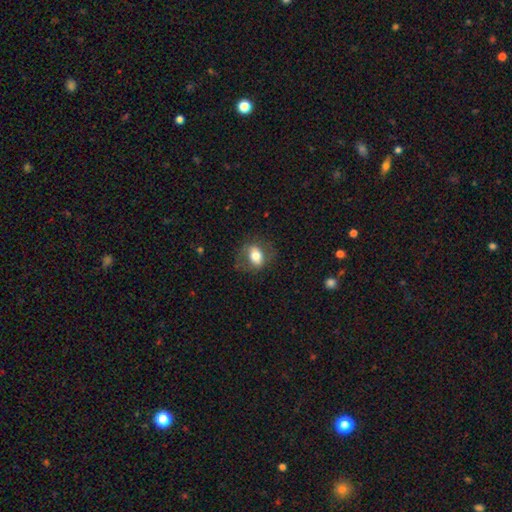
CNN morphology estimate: Smooth or featured?
  - smooth: 66% *
  - featured or disk: 25%
  - star or artifact: 8%
How rounded?
  - in between: 71% *
  - round: 27%
  - cigar-shaped: 2%
Merging?
  - none: 72% *
  - minor disturbance: 17%
  - major disturbance: 9%
  - merger: 1%